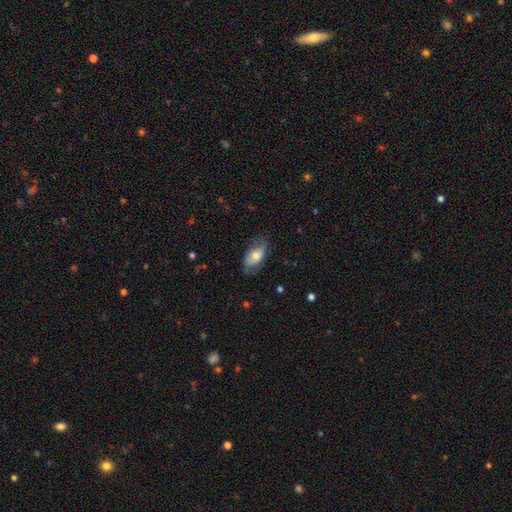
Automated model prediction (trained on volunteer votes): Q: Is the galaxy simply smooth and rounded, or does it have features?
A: smooth — 67%.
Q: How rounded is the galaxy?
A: in between — 91%.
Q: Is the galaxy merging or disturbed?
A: none — 69%.